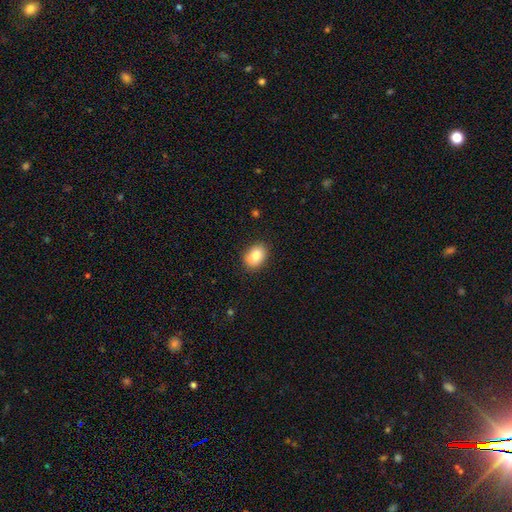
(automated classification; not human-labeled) smooth_or_featured: smooth (p=0.84) [alt: featured or disk p=0.08]
how_rounded: in between (p=0.70) [alt: round p=0.29]
merging: none (p=0.84) [alt: minor disturbance p=0.12]